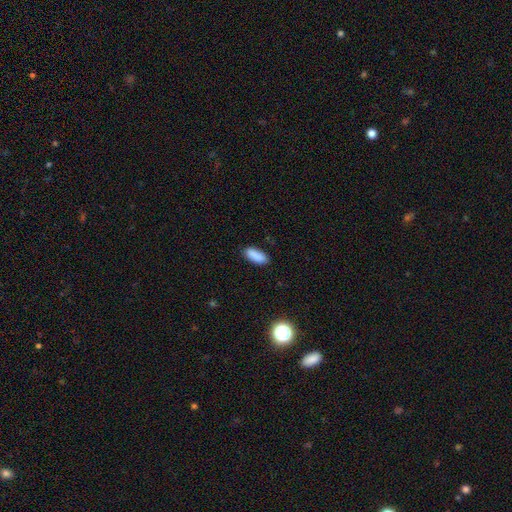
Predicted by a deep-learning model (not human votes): This appears to be a smooth galaxy with no disk features (88%) that is in between round and cigar-shaped (79%). Merging: none (85%).